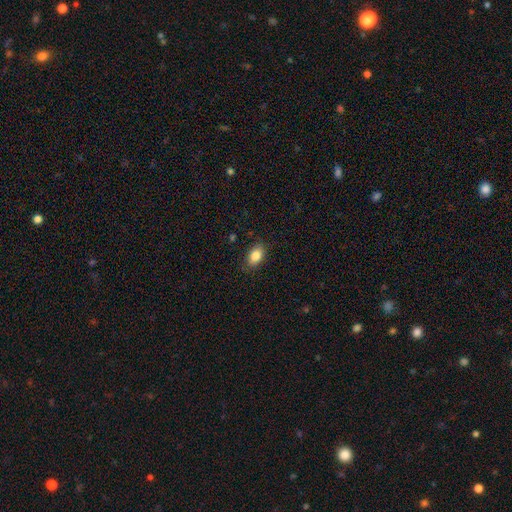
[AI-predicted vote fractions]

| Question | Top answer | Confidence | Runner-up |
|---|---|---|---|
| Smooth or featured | smooth | 86% | star or artifact (8%) |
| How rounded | in between | 88% | round (11%) |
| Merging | none | 84% | minor disturbance (12%) |